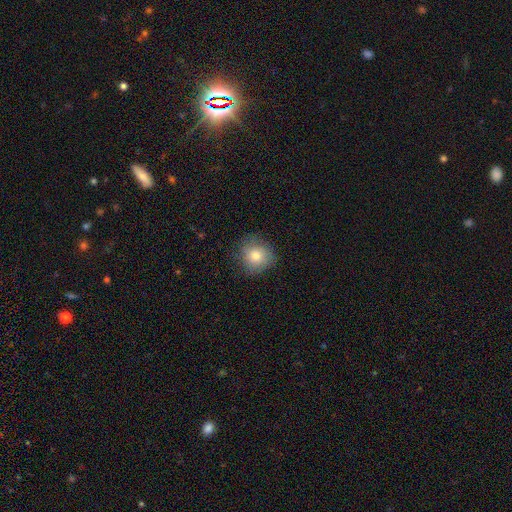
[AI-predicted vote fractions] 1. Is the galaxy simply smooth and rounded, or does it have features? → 78% smooth, 13% featured or disk, 9% star or artifact.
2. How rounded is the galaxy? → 86% round, 13% in between, 1% cigar-shaped.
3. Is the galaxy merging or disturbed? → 75% none, 18% minor disturbance, 6% major disturbance, 1% merger.